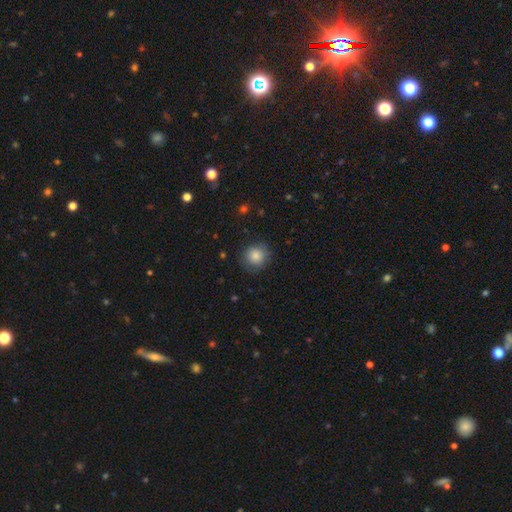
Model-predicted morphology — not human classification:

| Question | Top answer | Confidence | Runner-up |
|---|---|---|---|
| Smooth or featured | smooth | 85% | star or artifact (9%) |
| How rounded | round | 90% | in between (9%) |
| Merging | none | 84% | minor disturbance (12%) |